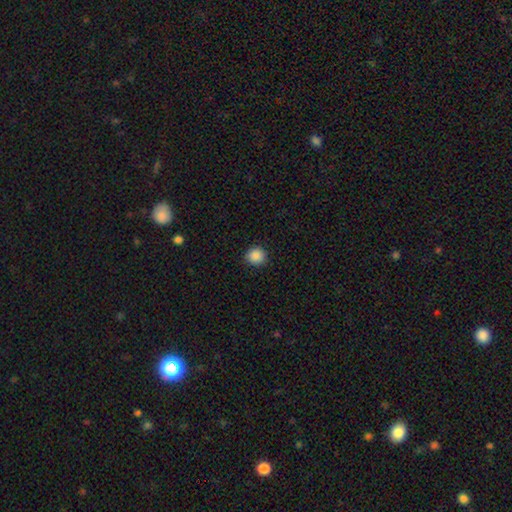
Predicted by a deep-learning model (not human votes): The model was most divided on "smooth or featured": smooth: 88%, star or artifact: 10%, featured or disk: 2%. More confident: merging — none (90%); how rounded — round (89%).